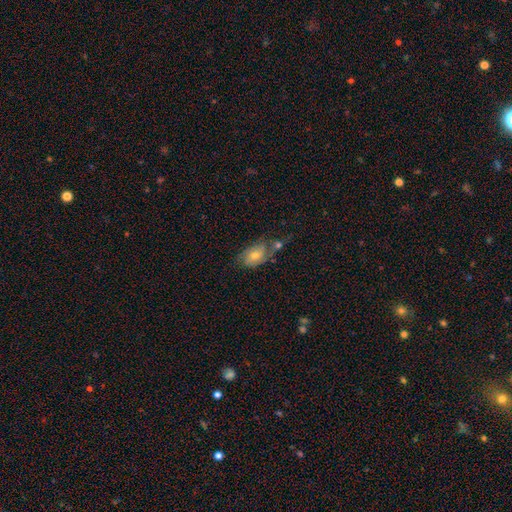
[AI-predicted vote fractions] A smooth galaxy with no disk features (44%).

Vote fractions:
- Smooth or featured? smooth: 44% / featured or disk: 43% / star or artifact: 13%
- Merging? none: 50% / minor disturbance: 23% / merger: 14% / major disturbance: 12%